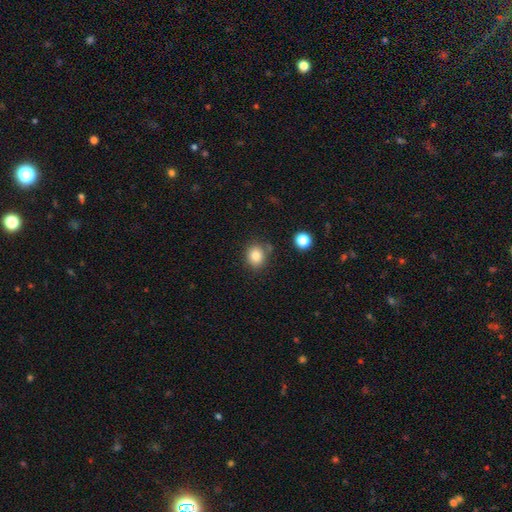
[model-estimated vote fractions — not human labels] smooth 83%, star or artifact 11%, featured or disk 6%. Down the decision tree: how rounded — round (75%); merging — none (76%).